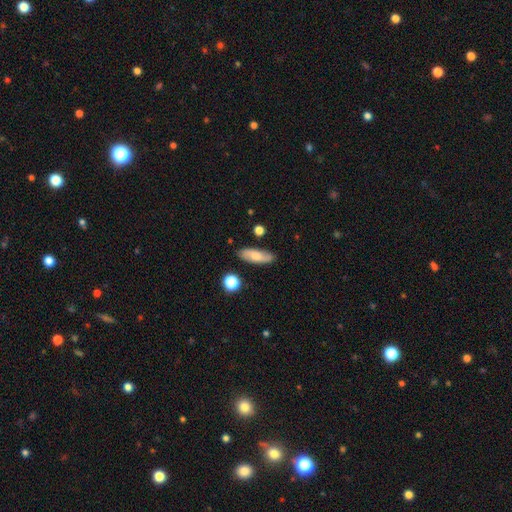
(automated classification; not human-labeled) smooth 65%, featured or disk 27%, star or artifact 7%. Down the decision tree: how rounded — in between (58%); merging — none (83%).